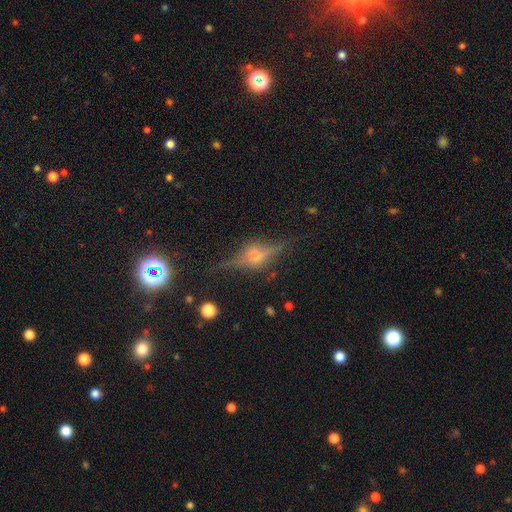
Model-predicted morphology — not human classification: featured or disk 78%, star or artifact 12%, smooth 11%. Down the decision tree: edge-on disk — yes (94%); edge-on bulge — rounded (86%); merging — none (78%).